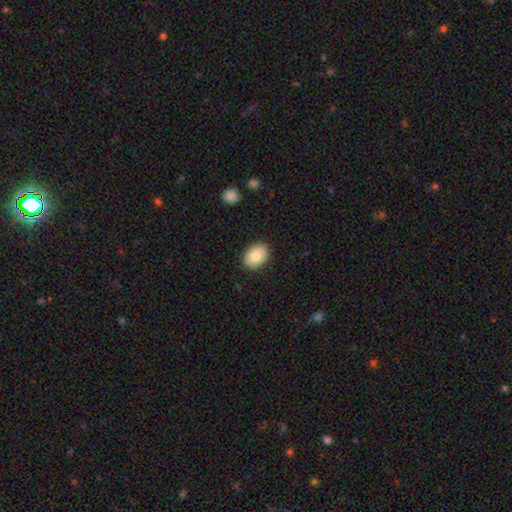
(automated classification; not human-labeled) This appears to be a smooth galaxy with no disk features (85%) that is in between round and cigar-shaped (80%). Merging: none (89%).